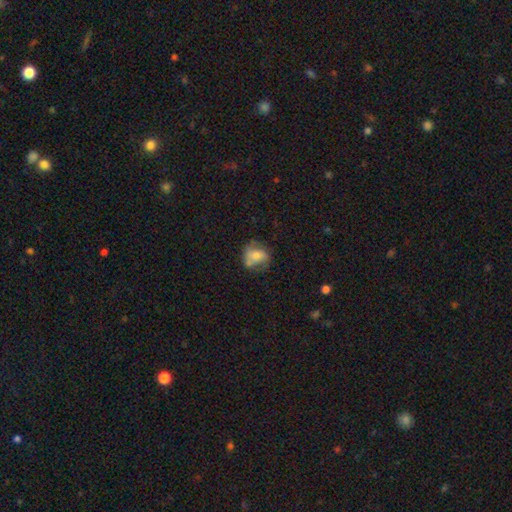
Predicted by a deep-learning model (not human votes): Smooth or featured? smooth (49%)
Merging? none (55%)